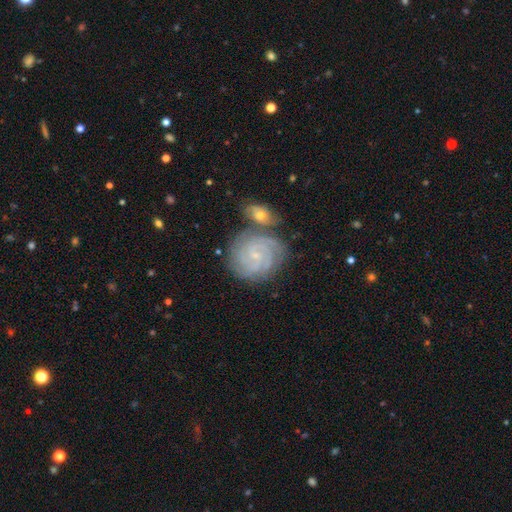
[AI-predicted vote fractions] featured or disk 84%, smooth 10%, star or artifact 7%. Down the decision tree: edge-on disk — no (98%); bar — no (62%); spiral arms — yes (97%); spiral arm count — 3 (26%); spiral winding — tight (78%); bulge size — small (81%); merging — none (63%).